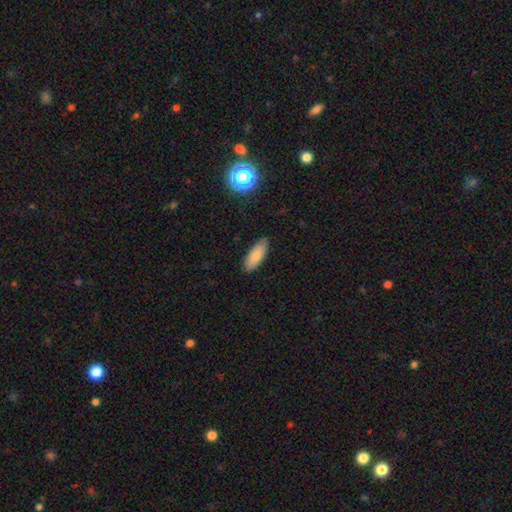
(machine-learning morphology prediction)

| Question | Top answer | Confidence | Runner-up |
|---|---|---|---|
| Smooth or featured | smooth | 82% | featured or disk (11%) |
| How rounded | in between | 70% | cigar-shaped (28%) |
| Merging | none | 87% | minor disturbance (10%) |